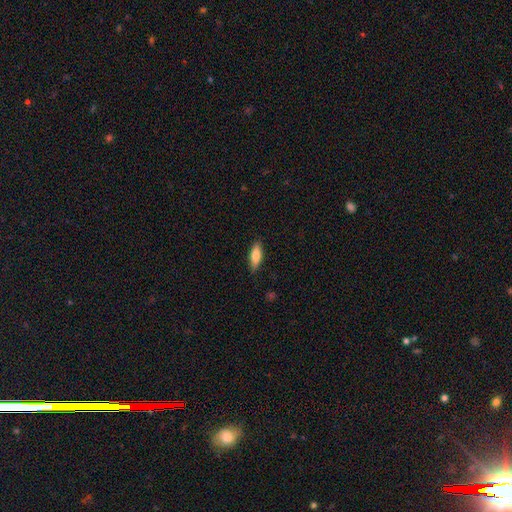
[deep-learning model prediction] Smooth or featured: smooth — 76% (featured or disk — 18%)
How rounded: in between — 57% (cigar-shaped — 41%)
Merging: none — 87% (minor disturbance — 10%)